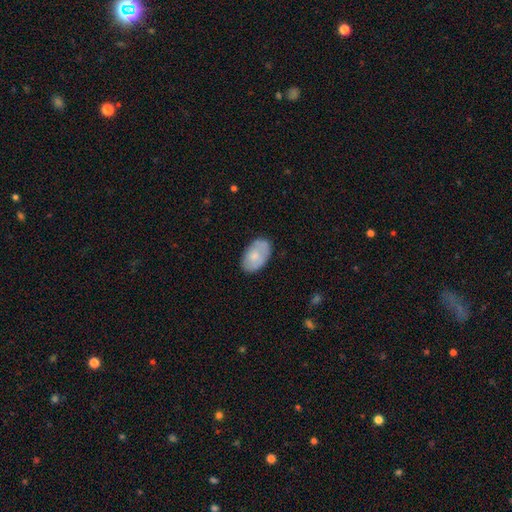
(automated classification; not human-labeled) The model was most divided on "smooth or featured": smooth: 70%, featured or disk: 24%, star or artifact: 6%. More confident: how rounded — in between (92%); merging — none (74%).